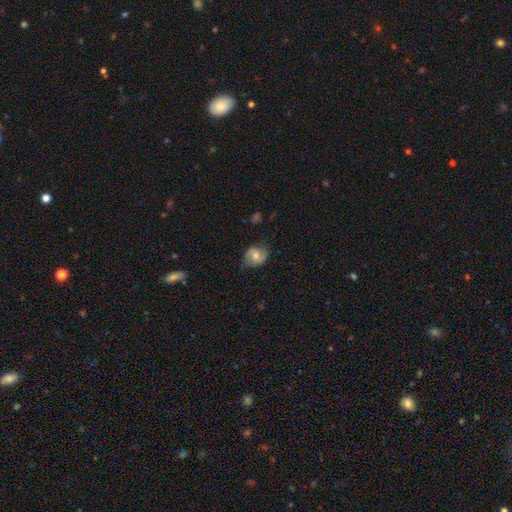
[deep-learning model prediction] This is possibly a featured or disk galaxy (56%). It is clearly not viewed edge-on (97%). Bar: possibly no (51%). Spiral arm pattern: clearly yes (88%). Central bulge: likely moderate (61%). Merging: likely none (69%).